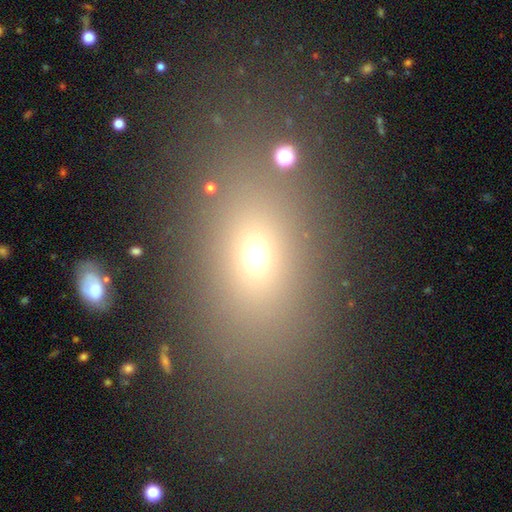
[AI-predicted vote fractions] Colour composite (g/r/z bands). It shows a smooth galaxy with no disk features (64%) that is in between round and cigar-shaped (71%). Merging: none (77%).